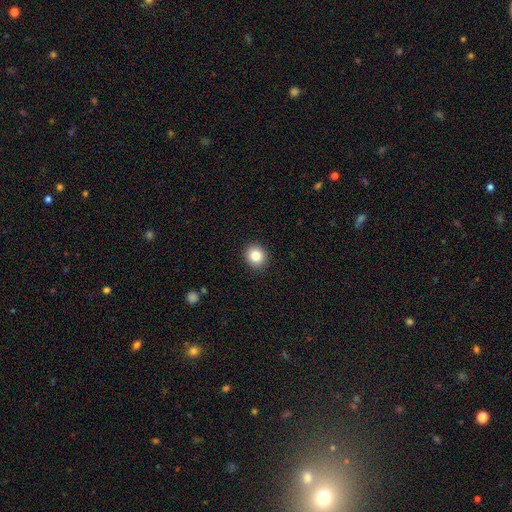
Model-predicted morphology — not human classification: type=smooth (84%); roundness=round (82%); merging=none (92%).